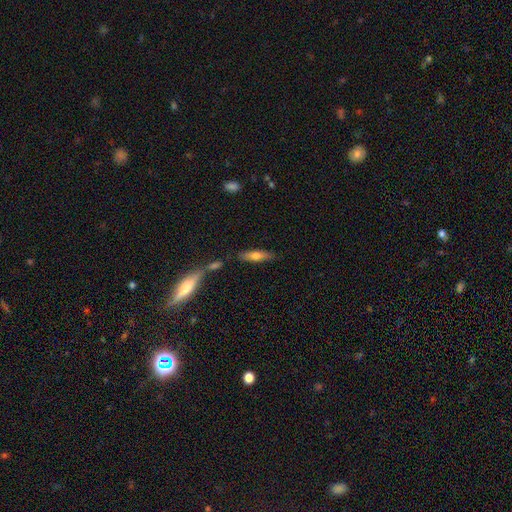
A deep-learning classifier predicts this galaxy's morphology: smooth-or-featured: smooth: 61% | featured or disk: 32% | star or artifact: 7%
  how-rounded: cigar-shaped: 65% | in between: 33% | round: 2%
  merging: none: 77% | minor disturbance: 12% | merger: 8% | major disturbance: 3%